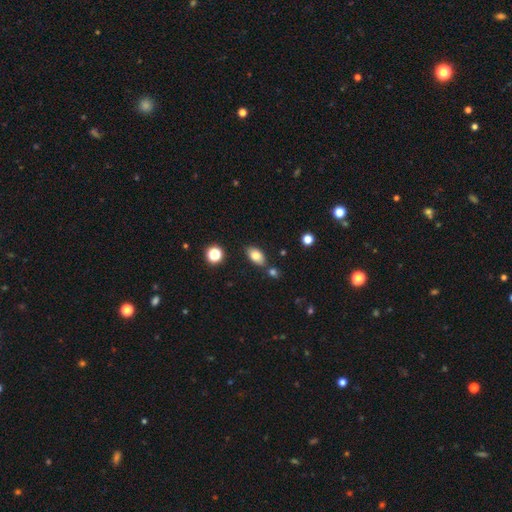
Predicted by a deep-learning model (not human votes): Overall: smooth (82%). How rounded: in between (90%). Merging: none (76%).